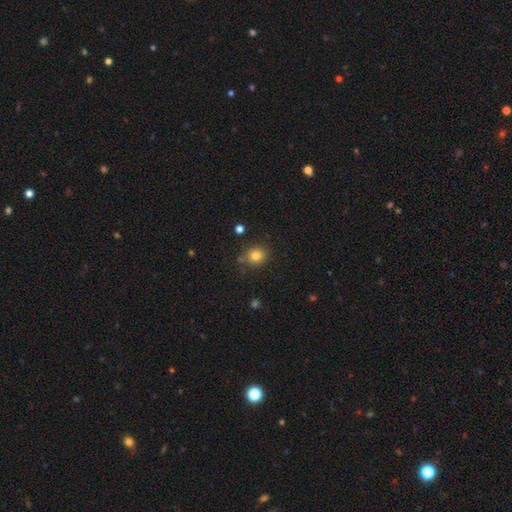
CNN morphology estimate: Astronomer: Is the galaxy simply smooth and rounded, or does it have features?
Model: smooth — 80%.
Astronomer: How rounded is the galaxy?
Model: round — 81%.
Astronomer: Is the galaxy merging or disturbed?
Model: none — 82%.